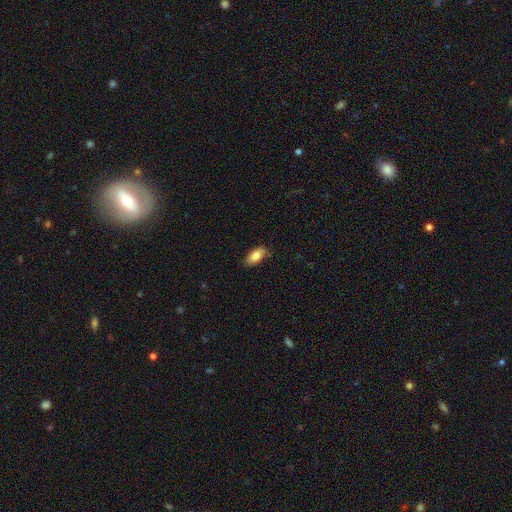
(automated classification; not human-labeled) Smooth or featured? Predicted: smooth (p=0.82). How rounded? Predicted: in between (p=0.89). Merging? Predicted: none (p=0.81).